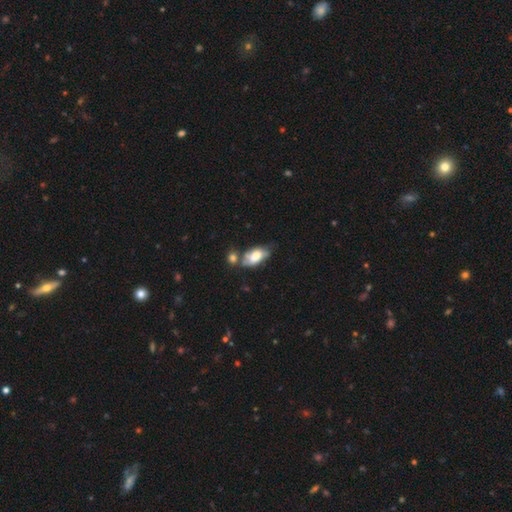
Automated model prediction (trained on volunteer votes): Overall: smooth (60%; featured or disk 32%). How rounded: in between (91%). Merging: none (35%; merger 32%).